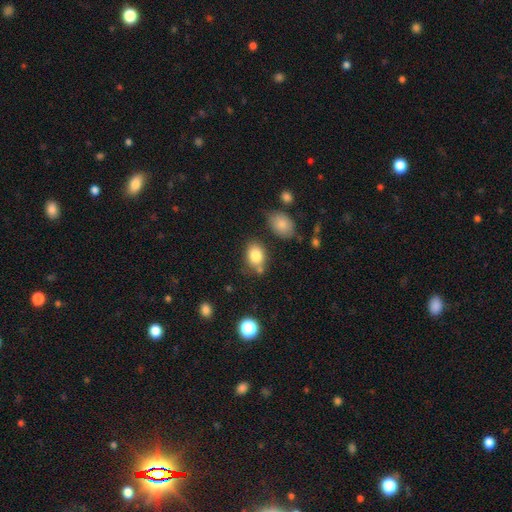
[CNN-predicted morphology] Overall: smooth (82%). How rounded: in between (68%; round 31%). Merging: none (66%).